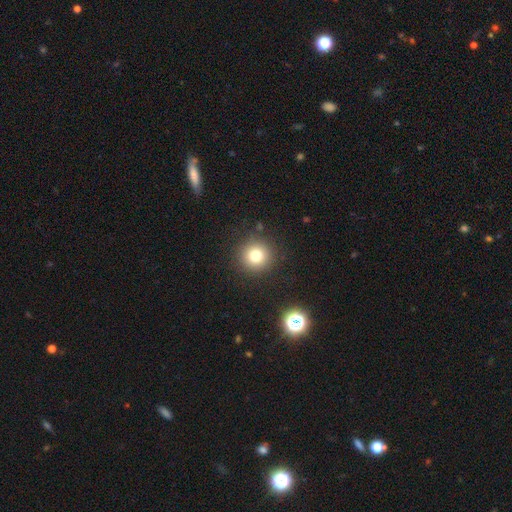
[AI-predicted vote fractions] A smooth galaxy with no disk features (77%) that is round (95%).

Vote fractions:
- Smooth or featured? smooth: 77% / star or artifact: 14% / featured or disk: 9%
- How rounded? round: 95% / in between: 4% / cigar-shaped: 1%
- Merging? none: 89% / minor disturbance: 6% / major disturbance: 3% / merger: 2%